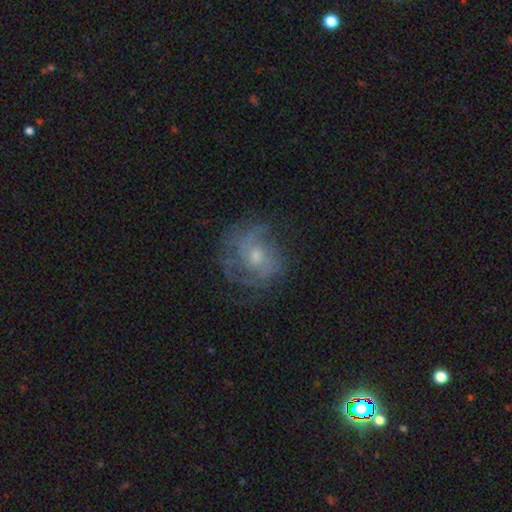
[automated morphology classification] The model was most divided on "bulge size": small: 49%, moderate: 44%, none: 3%, large: 2%, dominant: 1%. Remaining: edge-on disk — no (97%); spiral arms — yes (83%); smooth or featured — featured or disk (70%); bar — no (69%); merging — none (65%); spiral winding — medium (44%); spiral arm count — can't tell (35%).